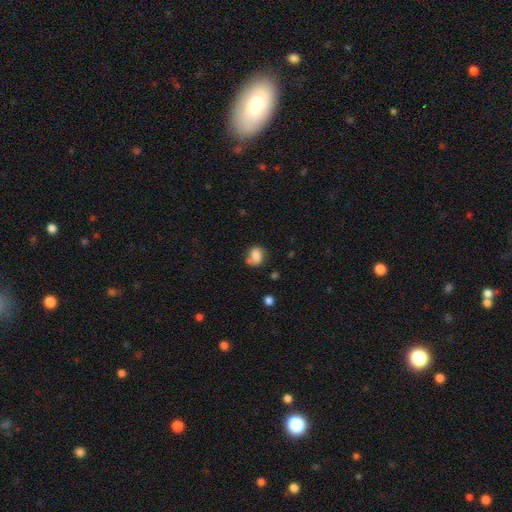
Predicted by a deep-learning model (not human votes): This appears to be a smooth galaxy with no disk features (68%) that is round (53%). Merging: none (54%).